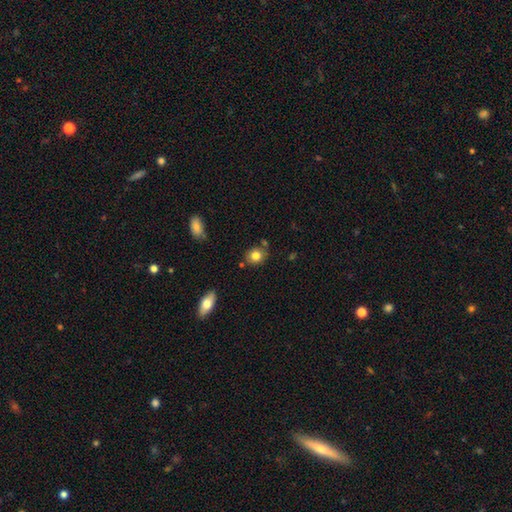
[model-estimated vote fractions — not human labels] This is clearly a smooth galaxy (81%). How rounded: likely round (67%). Merging: likely none (76%).